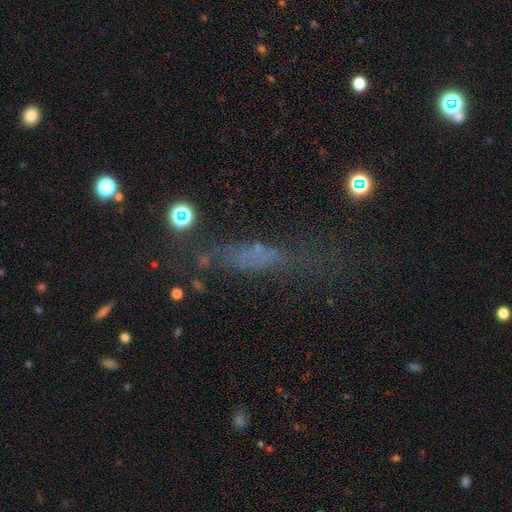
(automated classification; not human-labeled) smooth_or_featured: smooth (p=0.49) [alt: featured or disk p=0.26]
merging: none (p=0.50) [alt: minor disturbance p=0.22]